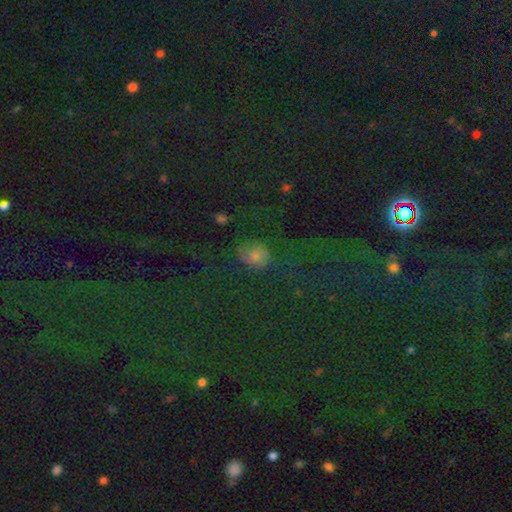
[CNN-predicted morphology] smooth-or-featured: smooth: 47% | star or artifact: 33% | featured or disk: 20%
  merging: none: 68% | minor disturbance: 18% | major disturbance: 11% | merger: 3%